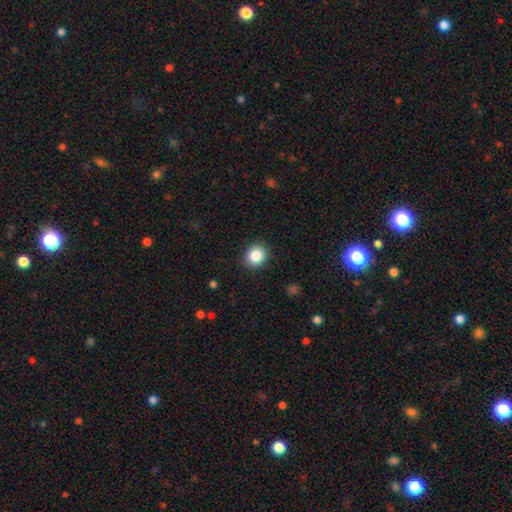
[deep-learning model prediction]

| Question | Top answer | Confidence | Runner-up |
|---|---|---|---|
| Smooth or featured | smooth | 86% | star or artifact (9%) |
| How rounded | round | 75% | in between (25%) |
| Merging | none | 89% | minor disturbance (7%) |